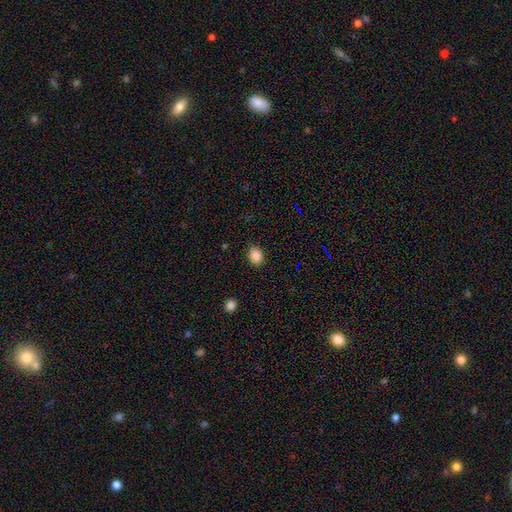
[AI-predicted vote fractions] A smooth galaxy with no disk features (88%) that is in between round and cigar-shaped (58%). Merging: none (88%).